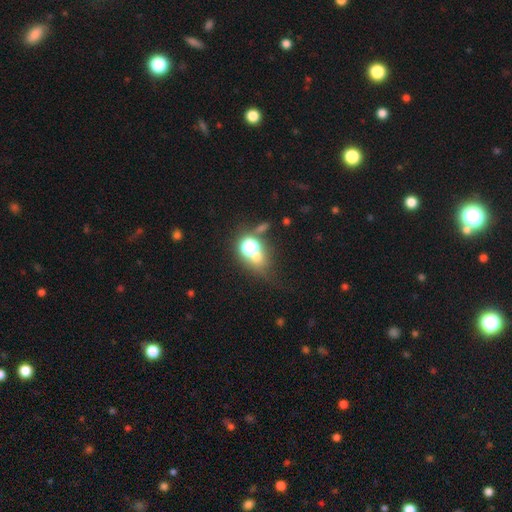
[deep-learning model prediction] Morphology: type=smooth (52%); roundness=round (61%); merging=none (48%).